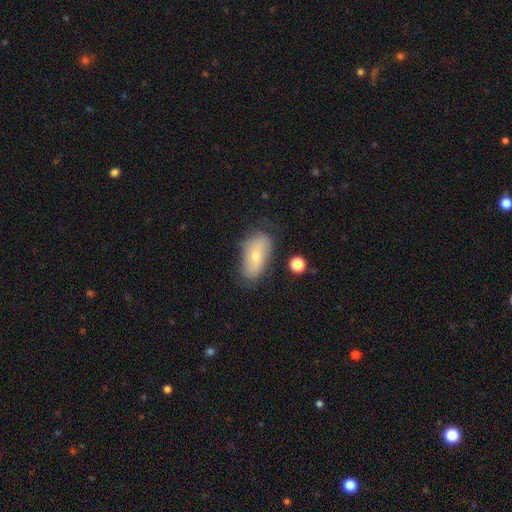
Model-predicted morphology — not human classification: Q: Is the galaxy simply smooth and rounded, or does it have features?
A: smooth — 58%.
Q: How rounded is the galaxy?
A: in between — 89%.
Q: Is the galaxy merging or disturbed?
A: none — 70%.